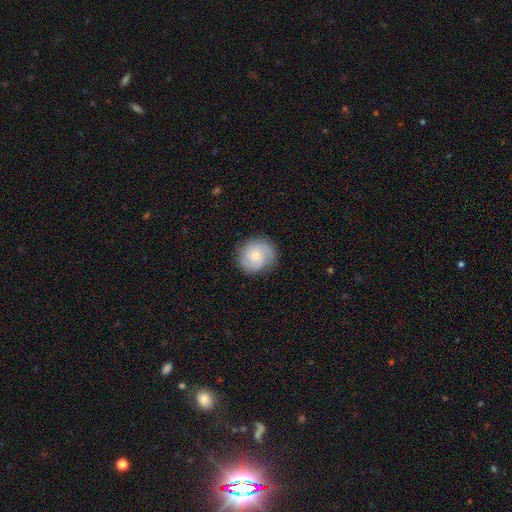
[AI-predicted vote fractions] A featured or disk galaxy (68%) with no bar (72%), 2 (41%) tight (50%) spiral arms (95%) and a small central bulge (61%).

Vote fractions:
- Smooth or featured? featured or disk: 68% / smooth: 25% / star or artifact: 7%
- Edge-on disk? no: 98% / yes: 2%
- Bar? no: 72% / weak: 25% / strong: 3%
- Spiral arms? yes: 95% / no: 5%
- Spiral winding? tight: 50% / medium: 40% / loose: 10%
- Spiral arm count? 2: 41% / 3: 32% / can't tell: 14% / 4: 5% / 1: 4% / more than 4: 4%
- Bulge size? small: 61% / moderate: 33% / none: 3% / large: 2% / dominant: 1%
- Merging? none: 85% / minor disturbance: 11% / major disturbance: 3% / merger: 1%